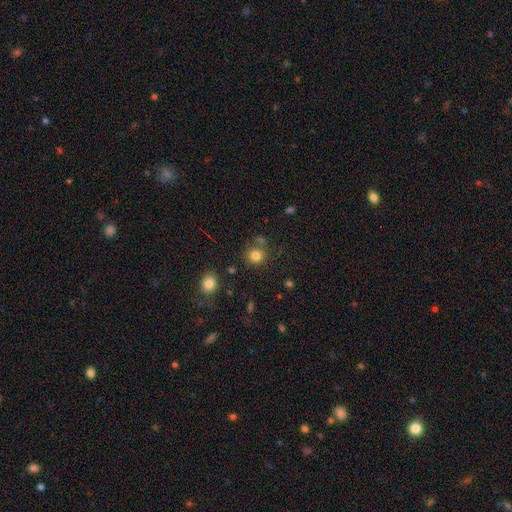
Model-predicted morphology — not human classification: The model was most divided on "merging": none: 75%, merger: 10%, minor disturbance: 10%, major disturbance: 4%. More confident: how rounded — round (88%); smooth or featured — smooth (81%).